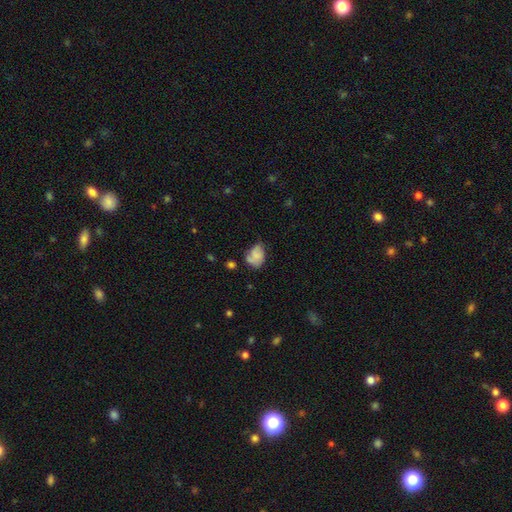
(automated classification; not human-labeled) smooth_or_featured: smooth (p=0.61) [alt: featured or disk p=0.29]
how_rounded: in between (p=0.70) [alt: round p=0.29]
merging: none (p=0.37) [tied with: minor disturbance p=0.37]